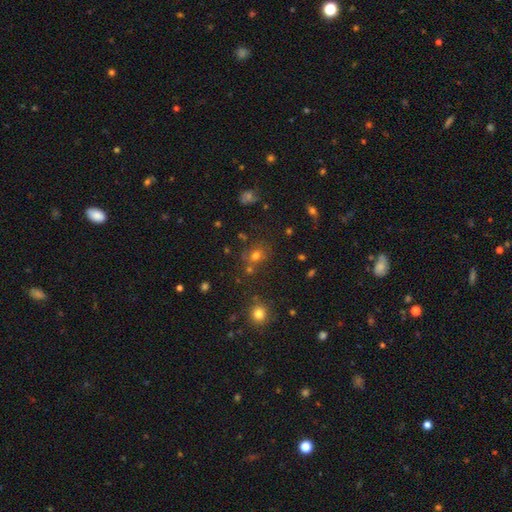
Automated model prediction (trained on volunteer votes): This appears to be a smooth galaxy with no disk features (67%) that is round (62%). Merging: none (67%).